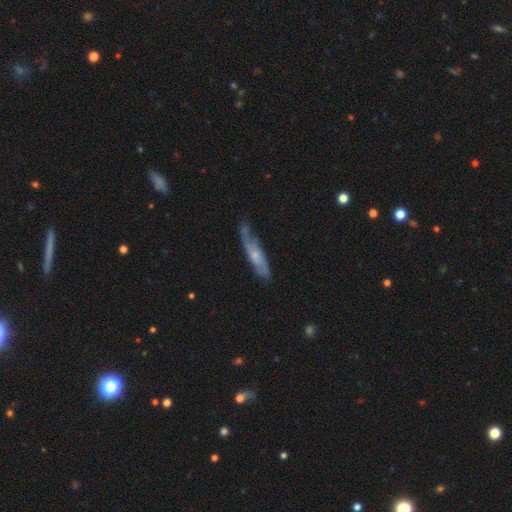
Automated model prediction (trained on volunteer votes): This appears to be a featured or disk galaxy (63%). Merging: none (58%).